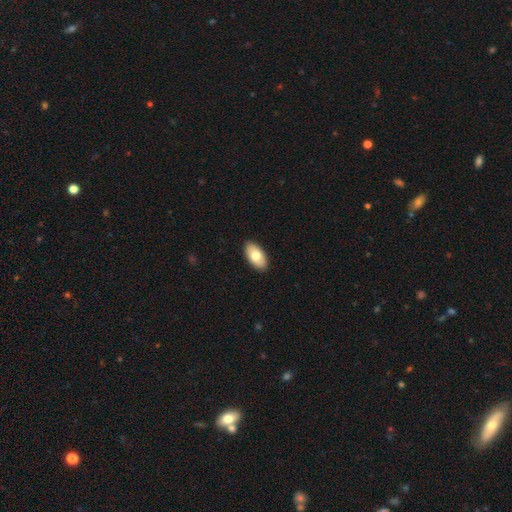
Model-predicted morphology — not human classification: smooth 76%, featured or disk 18%, star or artifact 6%. Down the decision tree: how rounded — in between (95%); merging — none (90%).